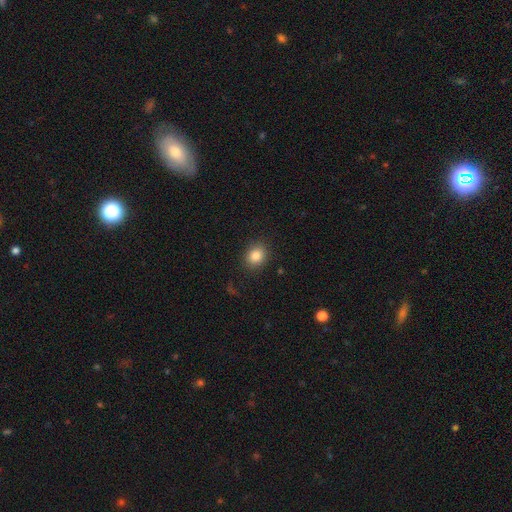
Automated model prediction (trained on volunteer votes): Q: Smooth or featured?
A: smooth (85%); runner-up: star or artifact (10%)
Q: How rounded?
A: round (57%); runner-up: in between (42%)
Q: Merging?
A: none (88%); runner-up: minor disturbance (8%)